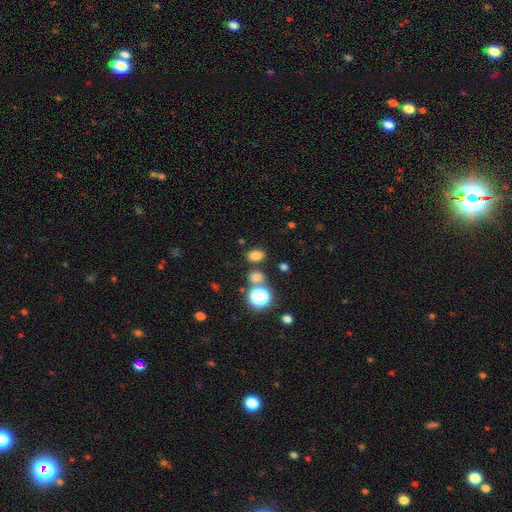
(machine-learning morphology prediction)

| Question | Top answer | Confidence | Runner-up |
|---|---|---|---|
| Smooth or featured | smooth | 76% | star or artifact (18%) |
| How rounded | in between | 72% | round (27%) |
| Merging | none | 79% | minor disturbance (10%) |